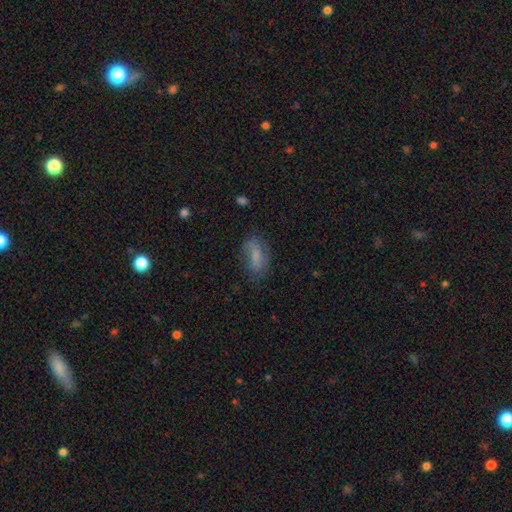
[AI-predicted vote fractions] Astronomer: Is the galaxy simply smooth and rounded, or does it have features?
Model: smooth — 68%.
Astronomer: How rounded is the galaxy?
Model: in between — 85%.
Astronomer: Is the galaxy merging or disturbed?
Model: none — 62%.